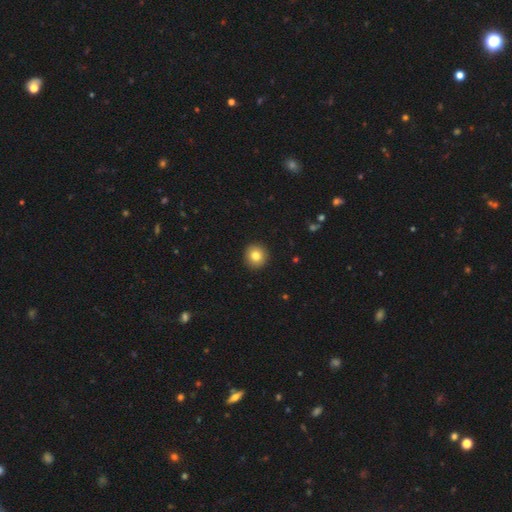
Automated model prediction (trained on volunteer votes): smooth_or_featured: smooth (p=0.82) [alt: star or artifact p=0.09]
how_rounded: round (p=0.93) [alt: in between p=0.06]
merging: none (p=0.93) [alt: minor disturbance p=0.05]